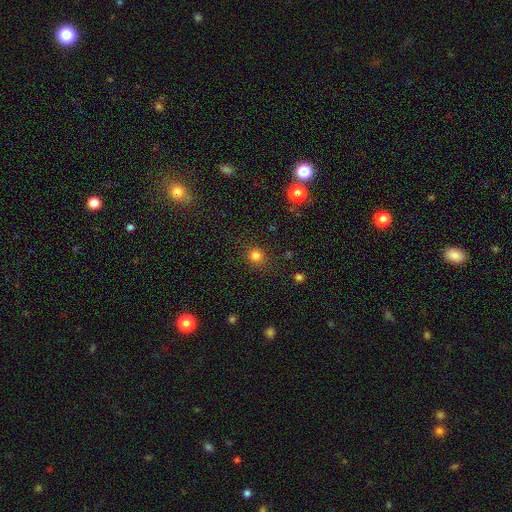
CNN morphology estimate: A smooth galaxy with no disk features (80%) that is round (91%). Merging: none (86%).